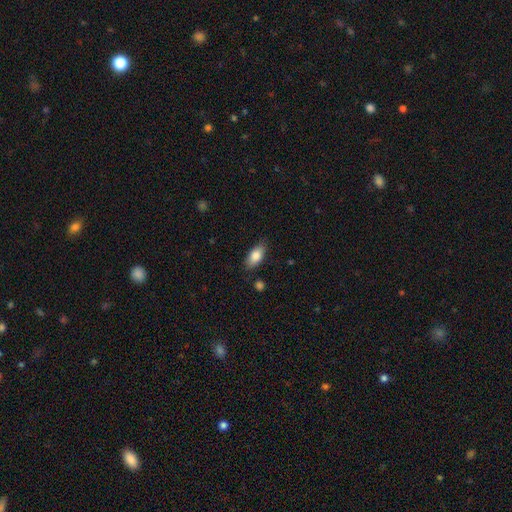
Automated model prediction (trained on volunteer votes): This is clearly a smooth galaxy (81%). How rounded: clearly in between (88%). Merging: clearly none (83%).